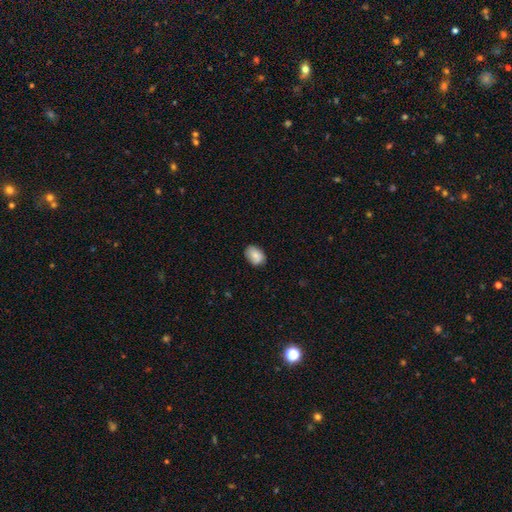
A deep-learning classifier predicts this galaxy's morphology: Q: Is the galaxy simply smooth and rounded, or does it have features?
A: smooth — 82%.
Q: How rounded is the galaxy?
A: in between — 79%.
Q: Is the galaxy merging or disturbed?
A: none — 80%.